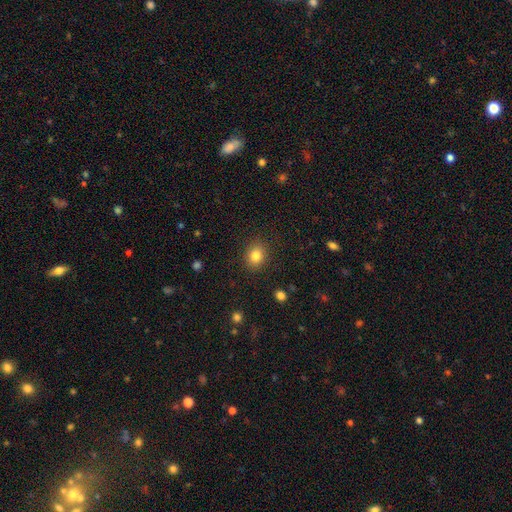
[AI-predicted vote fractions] Overall: smooth (83%). How rounded: round (56%; in between 43%). Merging: none (87%).